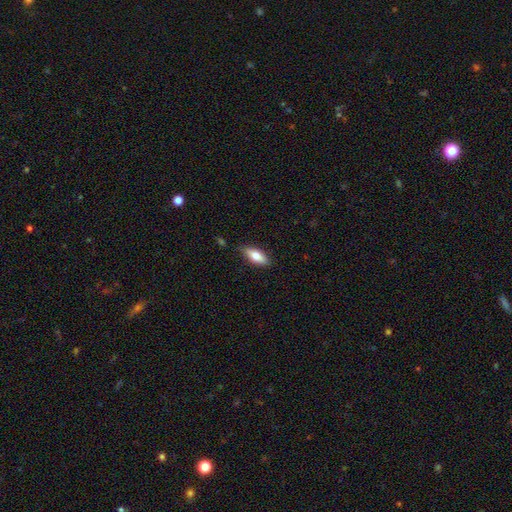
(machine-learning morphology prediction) Smooth or featured?
  - smooth: 74% *
  - featured or disk: 20%
  - star or artifact: 7%
How rounded?
  - in between: 76% *
  - cigar-shaped: 22%
  - round: 2%
Merging?
  - none: 84% *
  - minor disturbance: 12%
  - major disturbance: 2%
  - merger: 2%